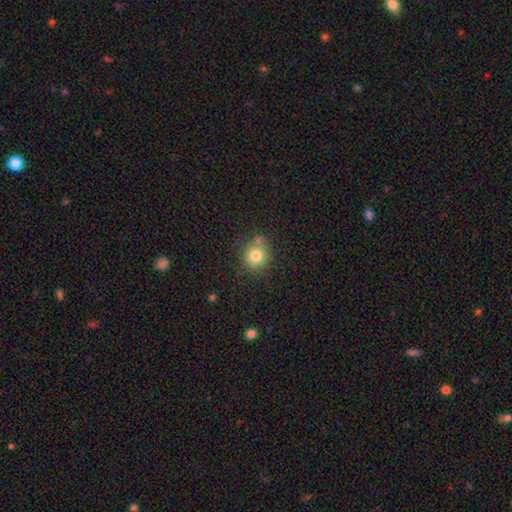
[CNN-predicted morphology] smooth_or_featured: smooth (p=0.79) [alt: star or artifact p=0.12]
how_rounded: round (p=0.88) [alt: in between p=0.11]
merging: none (p=0.72) [alt: merger p=0.13]